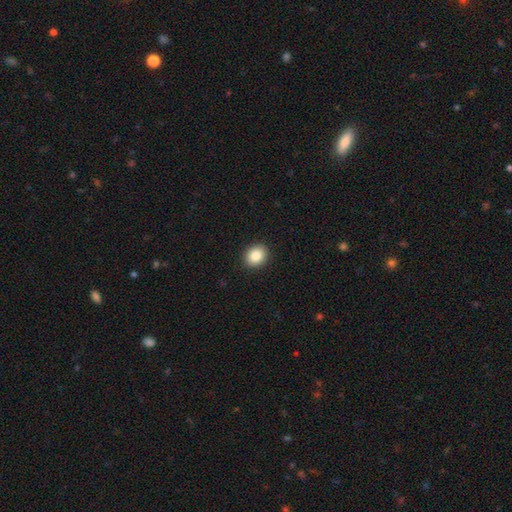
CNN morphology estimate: smooth-or-featured: smooth: 86% | star or artifact: 9% | featured or disk: 5%
  how-rounded: round: 53% | in between: 46% | cigar-shaped: 1%
  merging: none: 91% | minor disturbance: 6% | major disturbance: 2% | merger: 1%